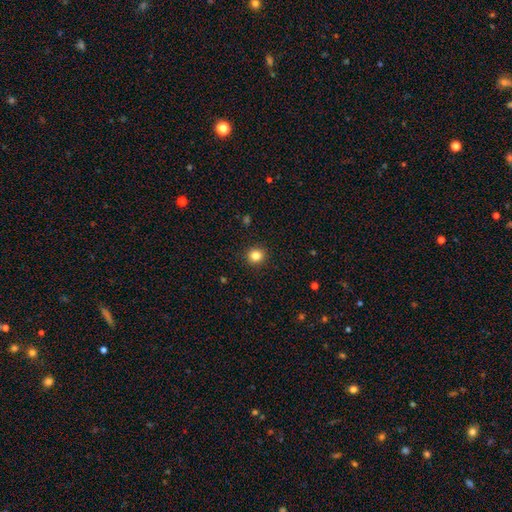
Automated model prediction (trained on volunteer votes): smooth_or_featured: smooth (p=0.83) [alt: star or artifact p=0.12]
how_rounded: round (p=0.92) [alt: in between p=0.07]
merging: none (p=0.92) [alt: minor disturbance p=0.05]